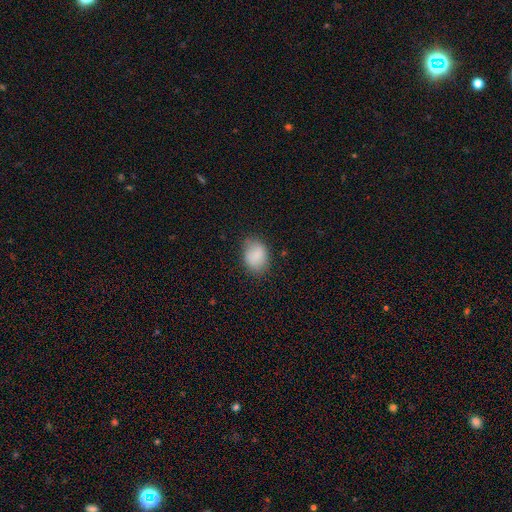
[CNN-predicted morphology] smooth 85%, star or artifact 8%, featured or disk 7%. Down the decision tree: how rounded — in between (63%); merging — none (74%).